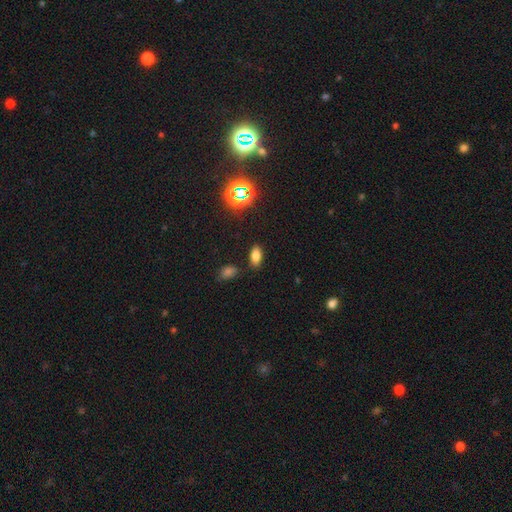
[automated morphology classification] smooth_or_featured: smooth (p=0.72) [alt: star or artifact p=0.19]
how_rounded: in between (p=0.88) [alt: round p=0.07]
merging: none (p=0.84) [alt: minor disturbance p=0.10]